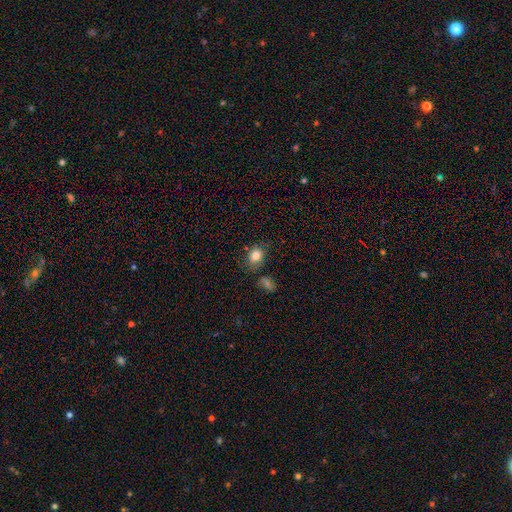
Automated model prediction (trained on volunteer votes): Smooth or featured: smooth — 81% (star or artifact — 10%)
How rounded: in between — 55% (round — 44%)
Merging: none — 68% (minor disturbance — 20%)